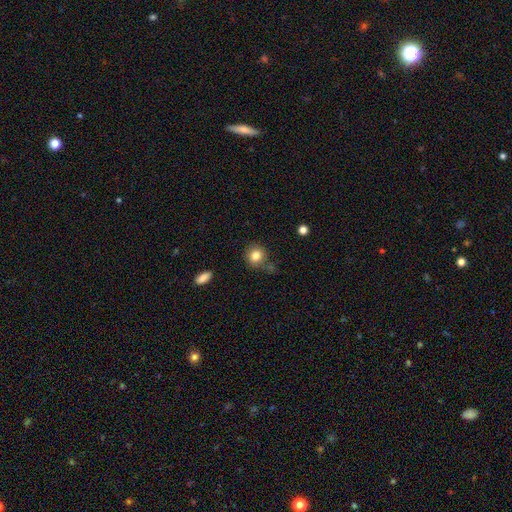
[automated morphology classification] smooth-or-featured: smooth: 83% | star or artifact: 10% | featured or disk: 7%
  how-rounded: round: 84% | in between: 15% | cigar-shaped: 1%
  merging: none: 70% | minor disturbance: 17% | merger: 7% | major disturbance: 6%